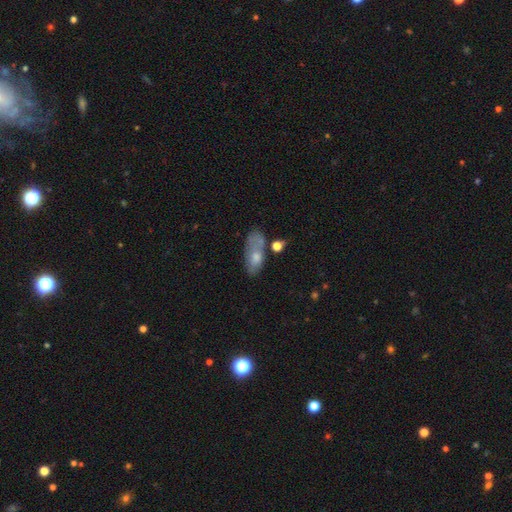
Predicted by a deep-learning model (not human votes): Morphology: type=smooth (65%); roundness=in between (85%); merging=none (47%).